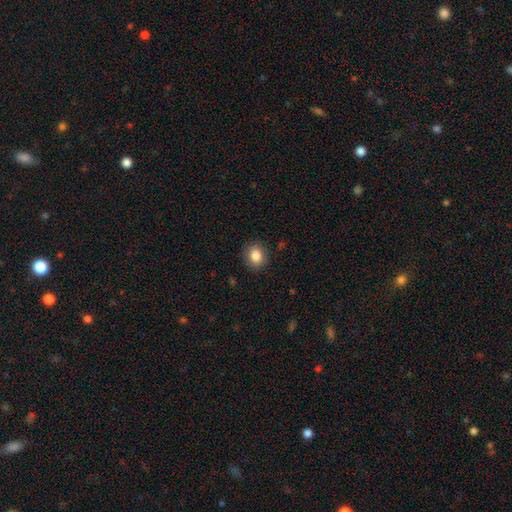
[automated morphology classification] Smooth or featured? Predicted: smooth (p=0.85). How rounded? Predicted: round (p=0.61). Merging? Predicted: none (p=0.86).